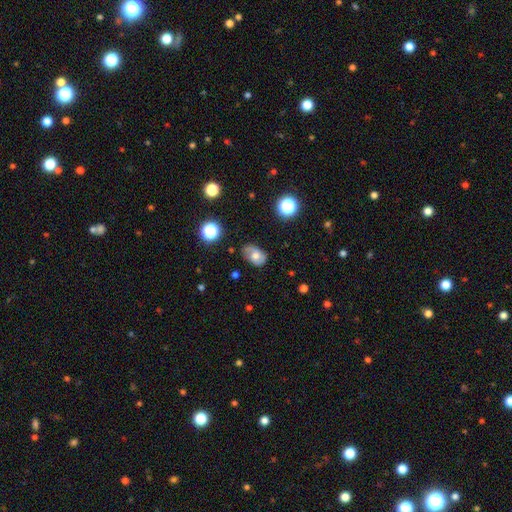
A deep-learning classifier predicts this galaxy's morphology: Smooth or featured?
  - smooth: 53% *
  - featured or disk: 35%
  - star or artifact: 11%
How rounded?
  - in between: 79% *
  - round: 19%
  - cigar-shaped: 1%
Merging?
  - none: 64% *
  - minor disturbance: 26%
  - major disturbance: 8%
  - merger: 2%